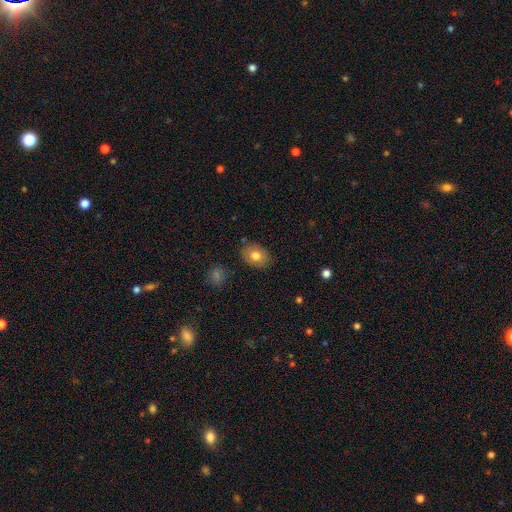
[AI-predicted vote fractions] Smooth or featured? Predicted: smooth (p=0.78). How rounded? Predicted: in between (p=0.75). Merging? Predicted: none (p=0.84).